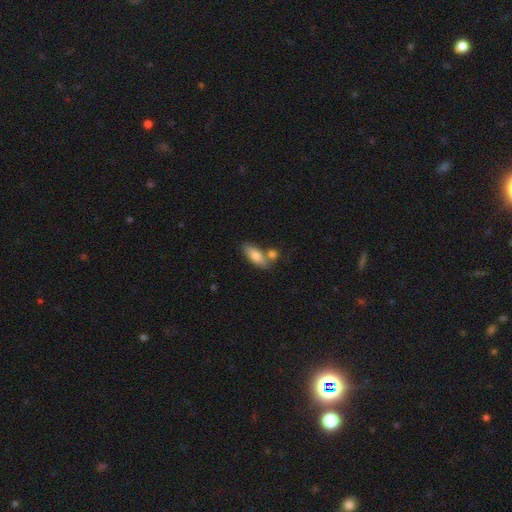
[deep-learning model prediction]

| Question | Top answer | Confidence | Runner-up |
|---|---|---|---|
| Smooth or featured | smooth | 78% | featured or disk (16%) |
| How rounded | in between | 75% | cigar-shaped (22%) |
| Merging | none | 57% | merger (25%) |